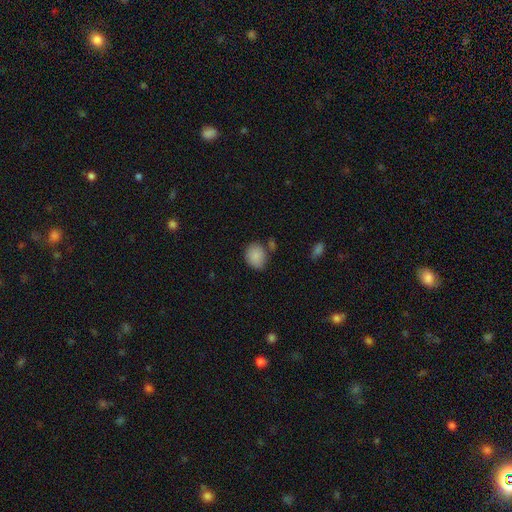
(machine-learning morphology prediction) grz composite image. It shows a smooth galaxy with no disk features (87%) that is round (57%). Merging: none (69%).